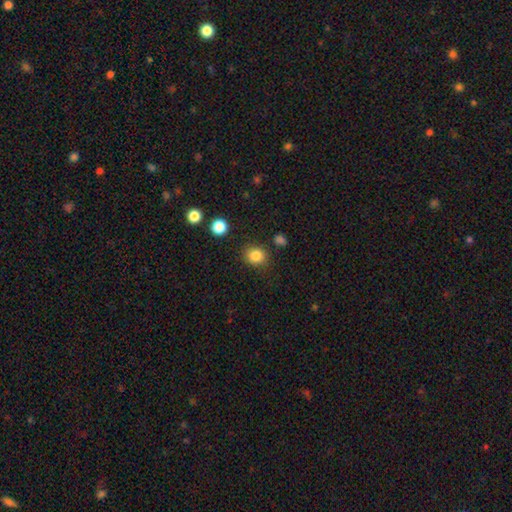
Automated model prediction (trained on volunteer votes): Q: Smooth or featured?
A: smooth (84%); runner-up: star or artifact (11%)
Q: How rounded?
A: round (77%); runner-up: in between (22%)
Q: Merging?
A: none (84%); runner-up: minor disturbance (10%)